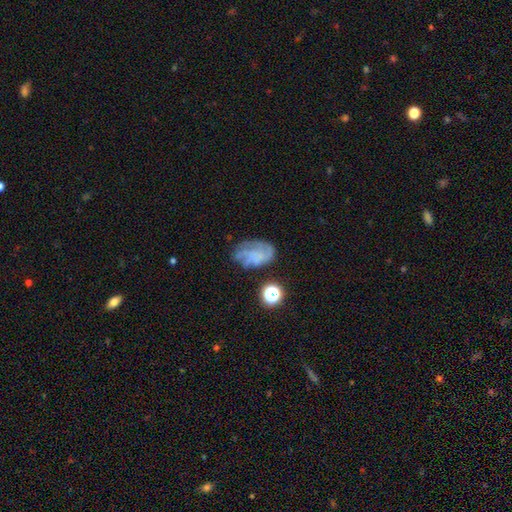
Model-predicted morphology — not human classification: Q: Smooth or featured?
A: featured or disk (57%); runner-up: smooth (29%)
Q: Edge-on disk?
A: no (97%); runner-up: yes (3%)
Q: Bar?
A: no (81%); runner-up: weak (15%)
Q: Spiral arms?
A: yes (75%); runner-up: no (25%)
Q: Bulge size?
A: none (70%); runner-up: small (16%)
Q: Merging?
A: none (56%); runner-up: minor disturbance (24%)